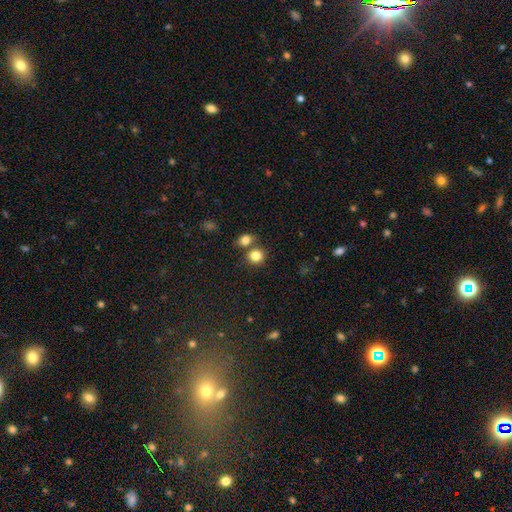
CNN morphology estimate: This is clearly a smooth galaxy (83%). How rounded: clearly round (84%). Merging: likely none (65%).